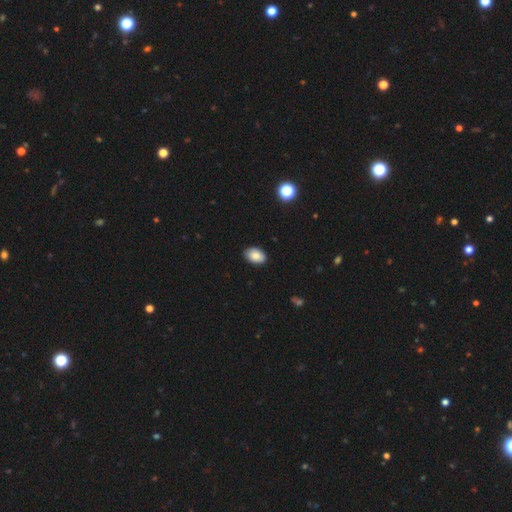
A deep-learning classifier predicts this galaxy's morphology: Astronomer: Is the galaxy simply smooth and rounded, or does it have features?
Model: smooth — 83%.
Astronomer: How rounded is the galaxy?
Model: in between — 88%.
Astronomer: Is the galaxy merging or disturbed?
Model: none — 88%.